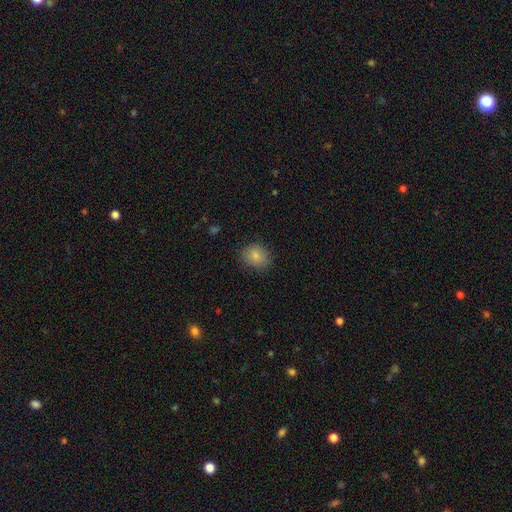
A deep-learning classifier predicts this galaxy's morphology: Smooth or featured? Predicted: smooth (p=0.83). How rounded? Predicted: round (p=0.58). Merging? Predicted: none (p=0.83).